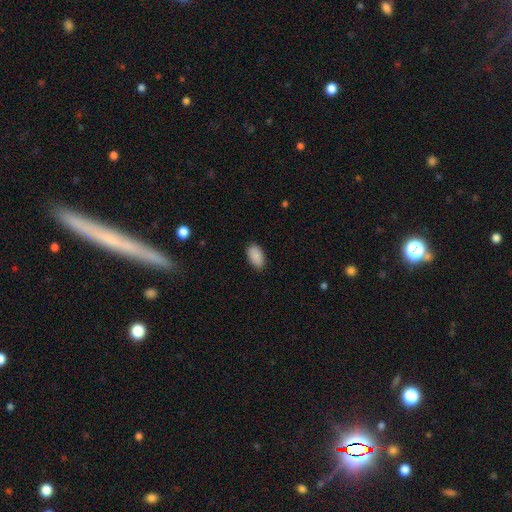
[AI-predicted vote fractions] The model was most divided on "merging": none: 86%, minor disturbance: 10%, major disturbance: 2%, merger: 1%. More confident: how rounded — in between (94%); smooth or featured — smooth (90%).